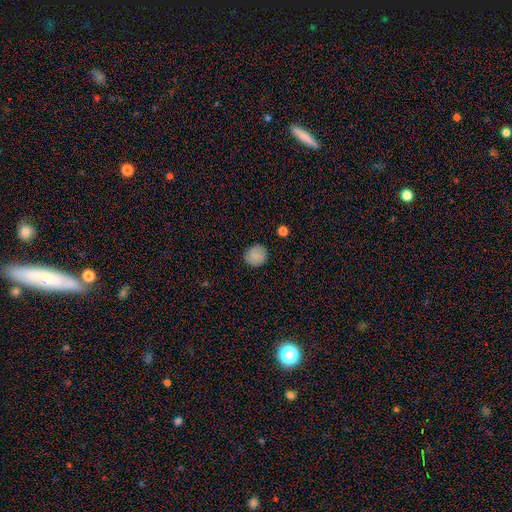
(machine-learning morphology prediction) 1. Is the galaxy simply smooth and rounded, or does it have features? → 85% smooth, 9% star or artifact, 6% featured or disk.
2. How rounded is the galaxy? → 89% round, 10% in between, 1% cigar-shaped.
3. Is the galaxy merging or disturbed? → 86% none, 10% minor disturbance, 3% major disturbance, 1% merger.